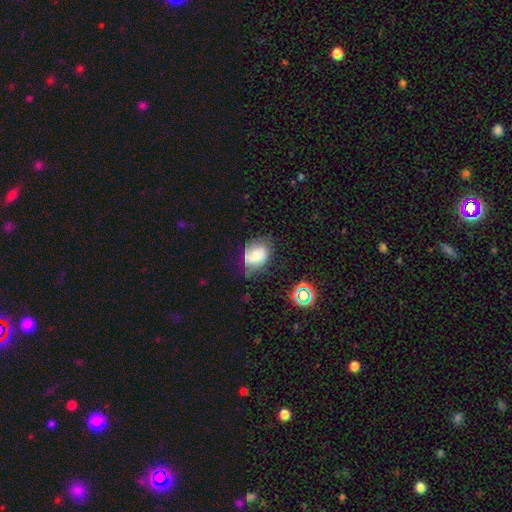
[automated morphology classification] Smooth or featured? smooth (58%)
How rounded? in between (62%)
Merging? none (46%)